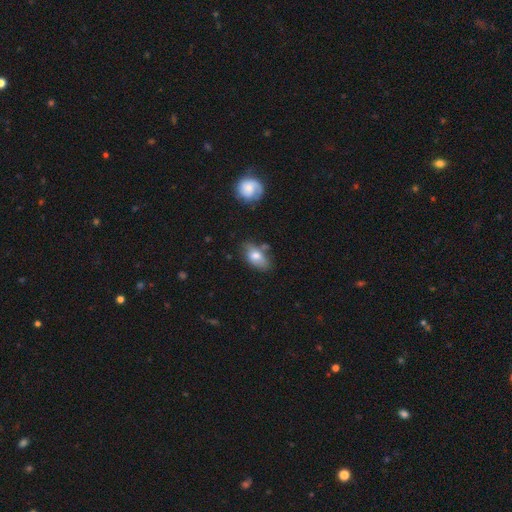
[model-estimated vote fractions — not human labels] smooth-or-featured: smooth: 71% | featured or disk: 22% | star or artifact: 7%
  how-rounded: in between: 89% | round: 6% | cigar-shaped: 4%
  merging: none: 63% | minor disturbance: 24% | merger: 8% | major disturbance: 6%